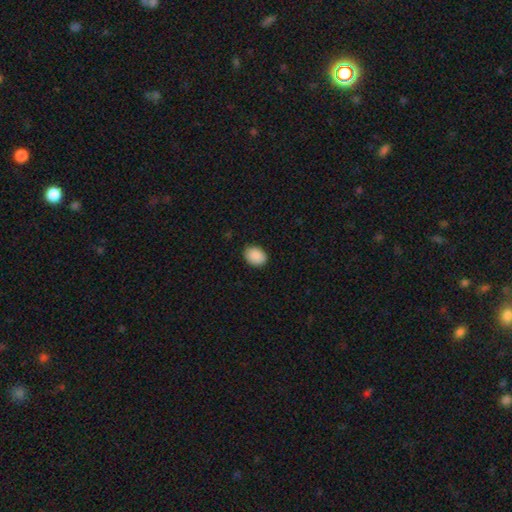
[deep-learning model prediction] A smooth galaxy with no disk features (90%) that is in between round and cigar-shaped (70%).

Vote fractions:
- Smooth or featured? smooth: 90% / star or artifact: 7% / featured or disk: 3%
- How rounded? in between: 70% / round: 29% / cigar-shaped: 1%
- Merging? none: 88% / minor disturbance: 9% / major disturbance: 2% / merger: 1%